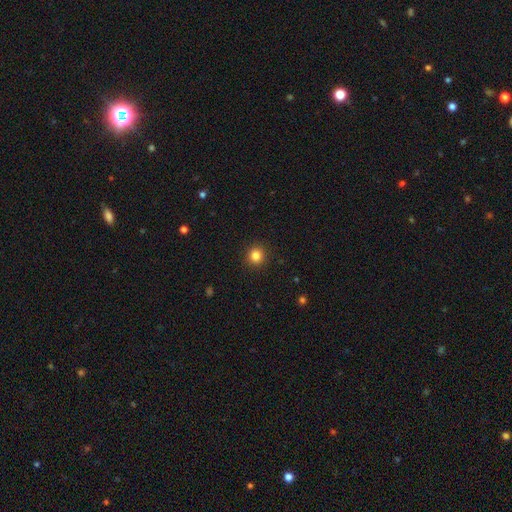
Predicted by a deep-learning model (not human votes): Smooth or featured: smooth — 83% (star or artifact — 12%)
How rounded: round — 93% (in between — 6%)
Merging: none — 92% (minor disturbance — 5%)